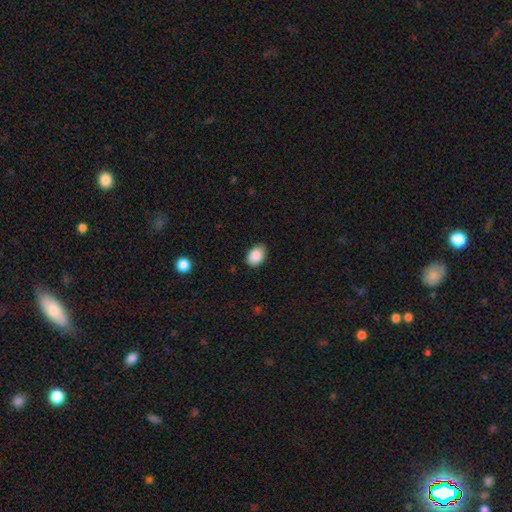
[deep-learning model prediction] Smooth or featured? smooth (88%)
How rounded? in between (81%)
Merging? none (81%)